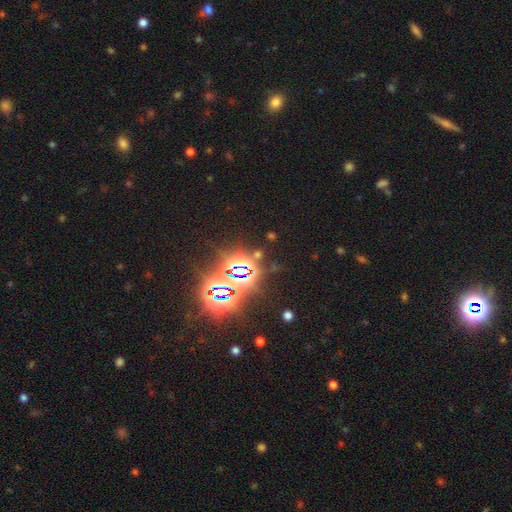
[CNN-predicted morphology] type=star or artifact (81%).